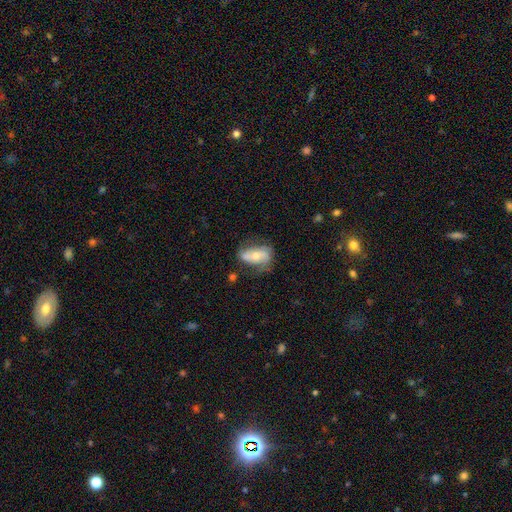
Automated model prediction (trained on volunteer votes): The model was most divided on "bulge size": moderate: 54%, small: 39%, large: 4%, none: 2%, dominant: 1%. More confident: edge-on disk — no (93%); spiral arms — yes (81%); smooth or featured — featured or disk (61%); bar — no (57%); merging — none (56%).